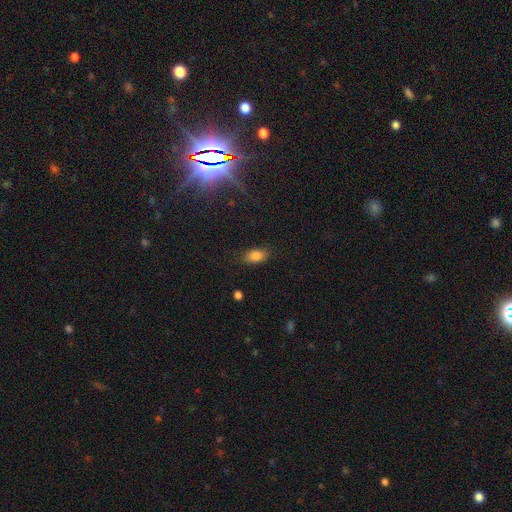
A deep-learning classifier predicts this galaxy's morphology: Smooth or featured?
  - smooth: 84% *
  - star or artifact: 10%
  - featured or disk: 6%
How rounded?
  - in between: 88% *
  - round: 8%
  - cigar-shaped: 4%
Merging?
  - none: 80% *
  - minor disturbance: 15%
  - major disturbance: 4%
  - merger: 1%